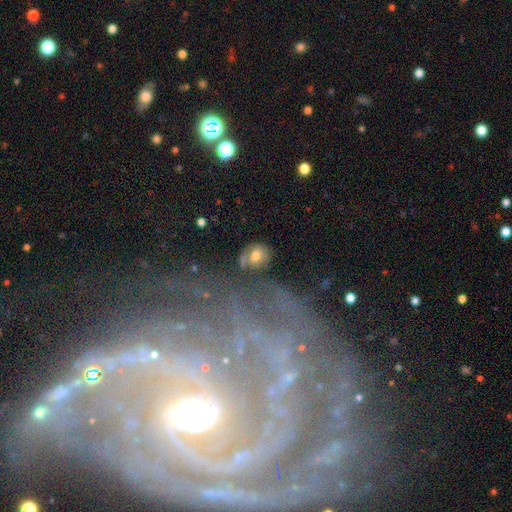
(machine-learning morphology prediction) Overall: smooth (66%). How rounded: round (67%; in between 31%). Merging: none (62%).